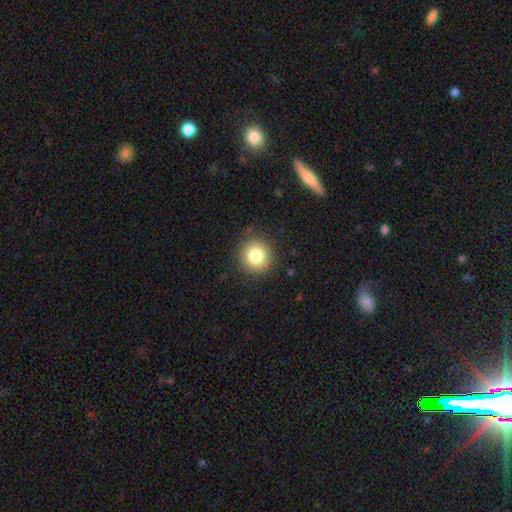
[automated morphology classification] Overall: smooth (82%). How rounded: round (92%). Merging: none (88%).